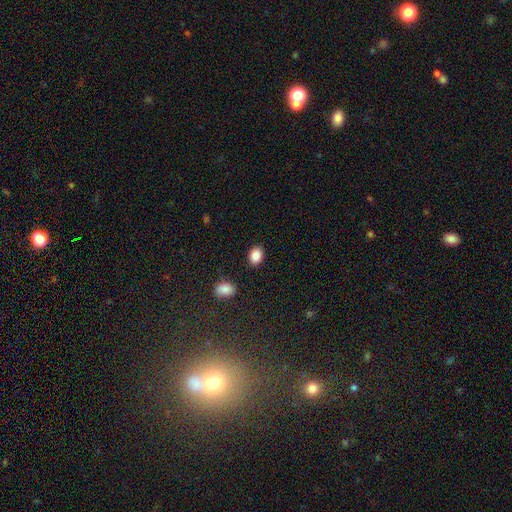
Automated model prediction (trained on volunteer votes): Smooth or featured? Predicted: smooth (p=0.88). How rounded? Predicted: in between (p=0.71). Merging? Predicted: none (p=0.87).